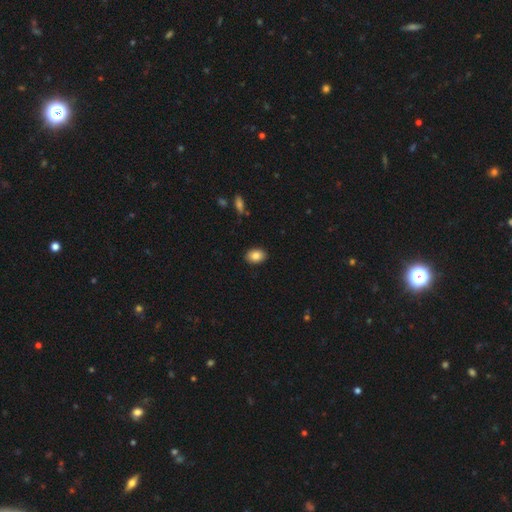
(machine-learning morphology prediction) The model was most divided on "how rounded": in between: 79%, round: 20%, cigar-shaped: 1%. More confident: merging — none (89%); smooth or featured — smooth (85%).